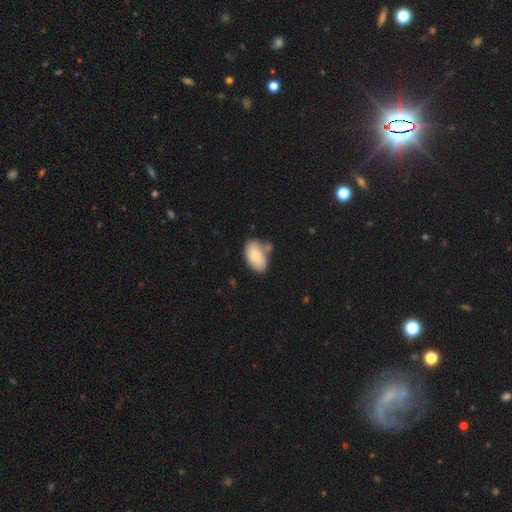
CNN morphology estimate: smooth-or-featured: smooth: 79% | featured or disk: 15% | star or artifact: 6%
  how-rounded: in between: 94% | round: 4% | cigar-shaped: 2%
  merging: none: 54% | minor disturbance: 23% | merger: 17% | major disturbance: 6%